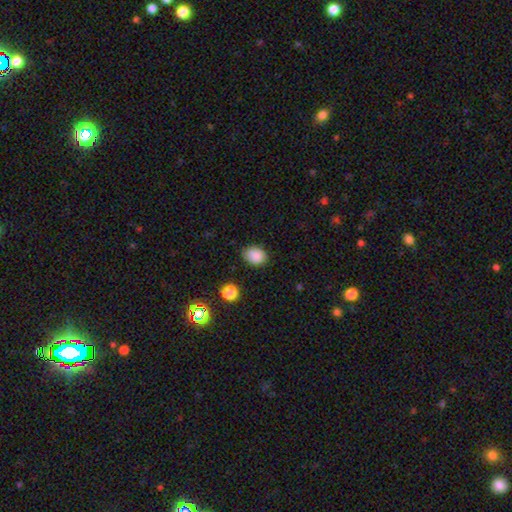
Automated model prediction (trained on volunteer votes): Smooth or featured: smooth — 86% (star or artifact — 10%)
How rounded: in between — 62% (round — 37%)
Merging: none — 76% (minor disturbance — 19%)